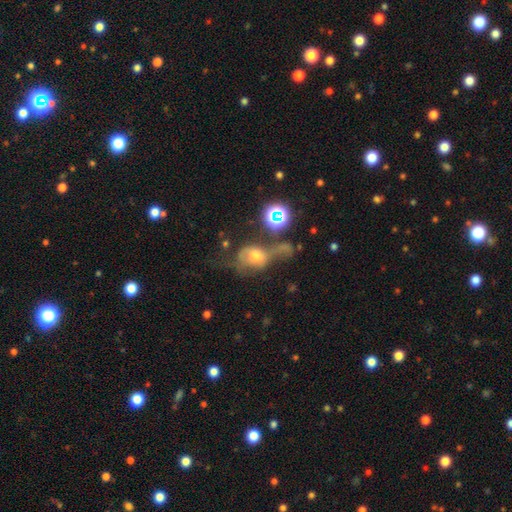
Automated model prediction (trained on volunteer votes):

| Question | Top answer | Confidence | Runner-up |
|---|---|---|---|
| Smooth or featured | smooth | 47% | featured or disk (34%) |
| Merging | major disturbance | 38% | merger (24%) |